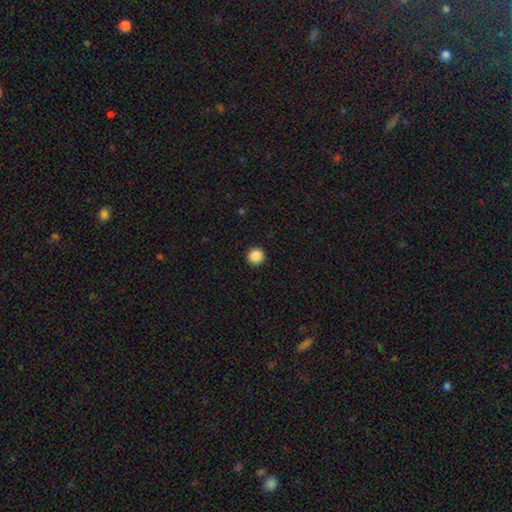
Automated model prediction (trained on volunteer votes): smooth_or_featured: smooth (p=0.88) [alt: star or artifact p=0.09]
how_rounded: round (p=0.95) [alt: in between p=0.04]
merging: none (p=0.94) [alt: minor disturbance p=0.04]